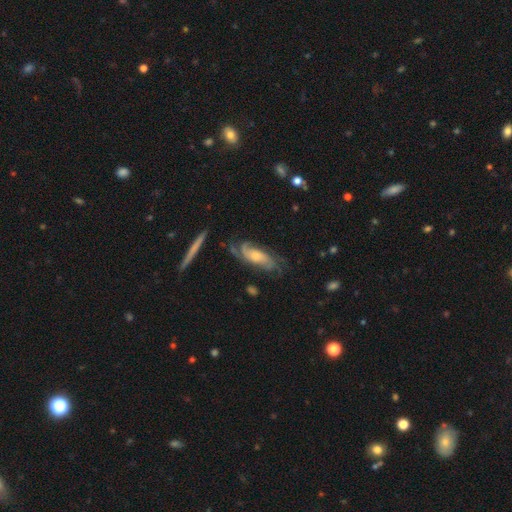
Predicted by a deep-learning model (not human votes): Overall: featured or disk (78%). Edge-on disk: no (84%). Bar: no (64%; weak 29%). Spiral arms: yes (93%). Spiral arm count: 2 (46%; can't tell 26%). Spiral winding: medium (44%; tight 38%). Bulge size: moderate (56%; small 29%). Merging: none (65%).